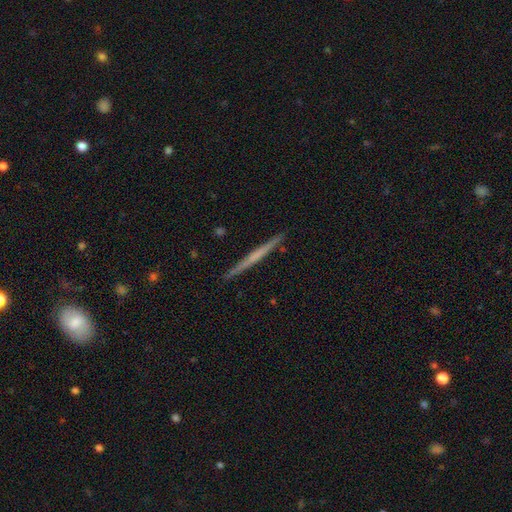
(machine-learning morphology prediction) Q: Smooth or featured?
A: featured or disk (59%); runner-up: smooth (36%)
Q: Edge-on disk?
A: yes (98%); runner-up: no (2%)
Q: Edge-on bulge?
A: none (79%); runner-up: rounded (15%)
Q: Merging?
A: none (92%); runner-up: minor disturbance (6%)